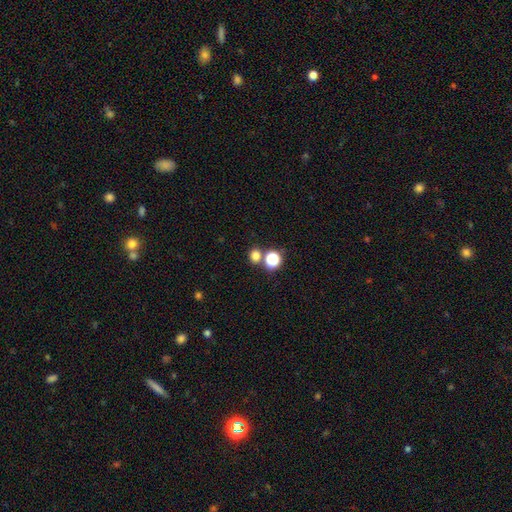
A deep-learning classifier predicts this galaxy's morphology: smooth-or-featured: smooth: 74% | star or artifact: 20% | featured or disk: 6%
  how-rounded: round: 71% | in between: 28% | cigar-shaped: 1%
  merging: none: 69% | merger: 21% | minor disturbance: 7% | major disturbance: 3%